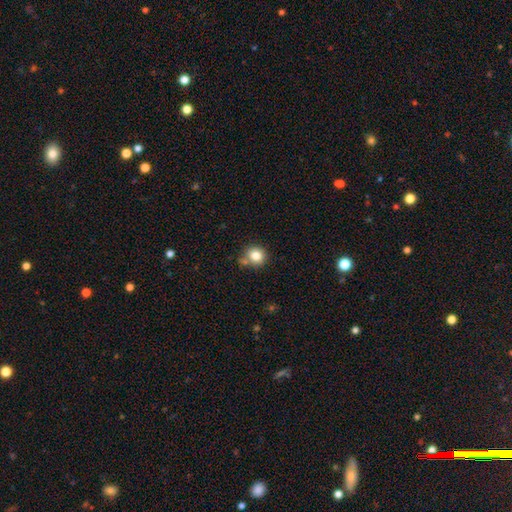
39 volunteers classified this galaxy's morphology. Smooth or featured? 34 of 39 (87%) said smooth. How rounded? 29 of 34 (85%) said round. Merging? 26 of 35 (74%) said none.